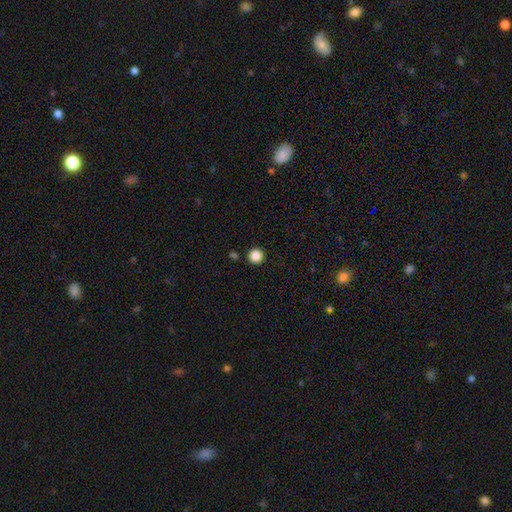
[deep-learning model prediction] smooth-or-featured: smooth: 87% | star or artifact: 11% | featured or disk: 3%
  how-rounded: round: 96% | in between: 3% | cigar-shaped: 1%
  merging: none: 91% | minor disturbance: 5% | merger: 3% | major disturbance: 2%